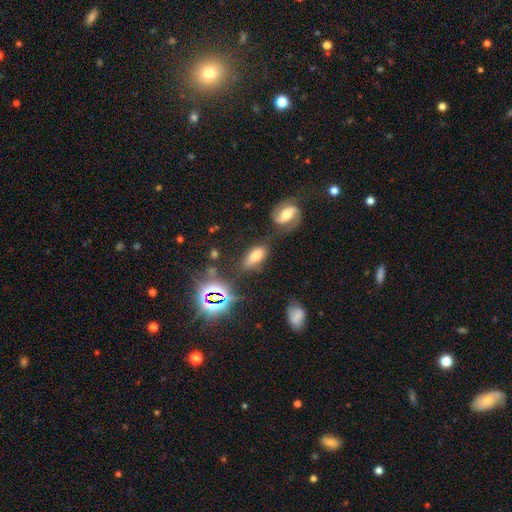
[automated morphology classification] Smooth or featured: smooth — 63% (star or artifact — 19%)
How rounded: in between — 85% (cigar-shaped — 9%)
Merging: none — 62% (minor disturbance — 19%)